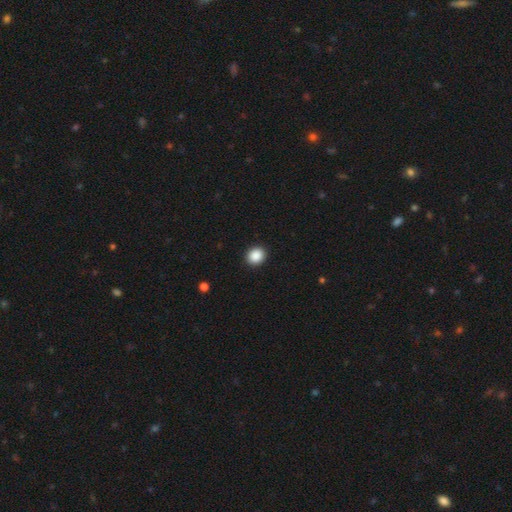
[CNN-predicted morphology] Overall: smooth (89%). How rounded: round (71%). Merging: none (92%).